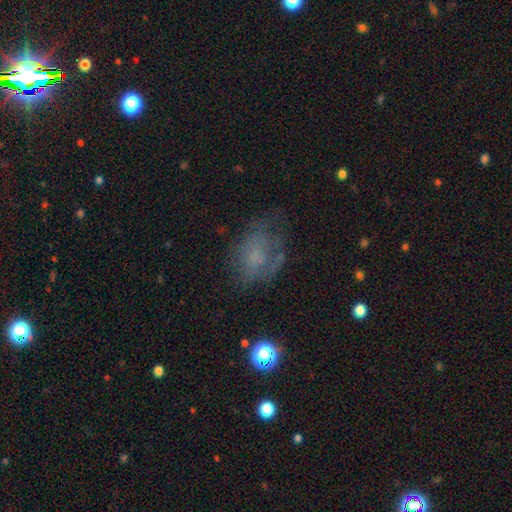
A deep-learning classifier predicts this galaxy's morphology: The model was most divided on "smooth or featured": smooth: 47%, featured or disk: 36%, star or artifact: 18%. Remaining: merging — none (48%).